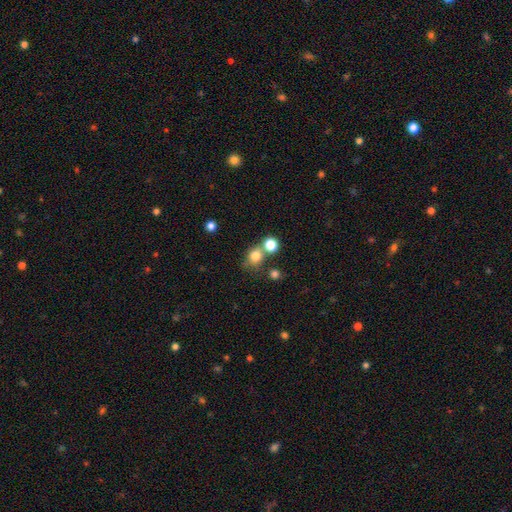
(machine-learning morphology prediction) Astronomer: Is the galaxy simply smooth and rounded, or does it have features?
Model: smooth — 78%.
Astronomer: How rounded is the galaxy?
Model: round — 76%.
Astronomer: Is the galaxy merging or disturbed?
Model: none — 52% (runner-up: merger, 32%).